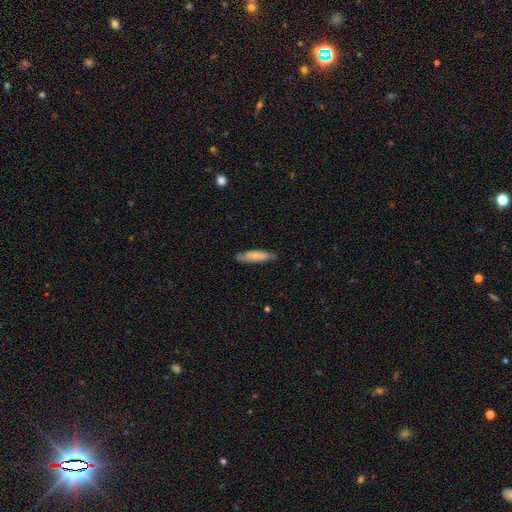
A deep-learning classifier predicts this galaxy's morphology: This appears to be a smooth galaxy with no disk features (70%) that is cigar-shaped (65%). Merging: none (76%).